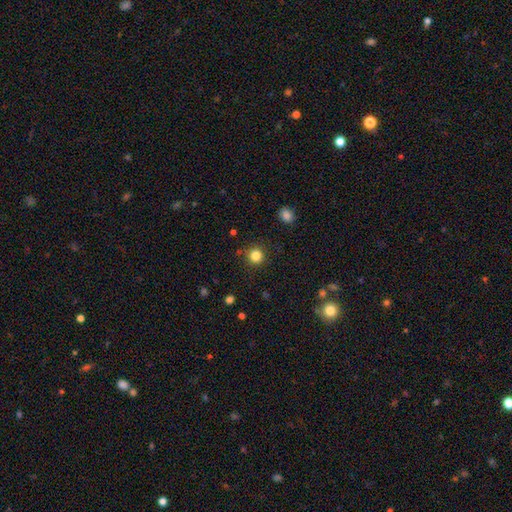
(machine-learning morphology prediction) smooth 83%, star or artifact 12%, featured or disk 4%. Down the decision tree: how rounded — round (94%); merging — none (90%).